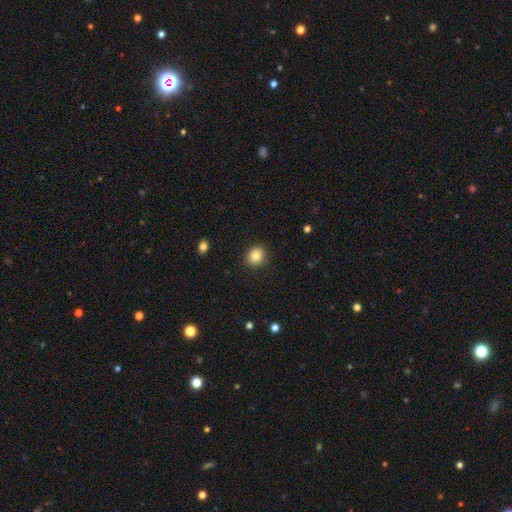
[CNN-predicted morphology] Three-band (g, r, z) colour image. It shows a smooth galaxy with no disk features (83%) that is round (75%). Merging: none (88%).